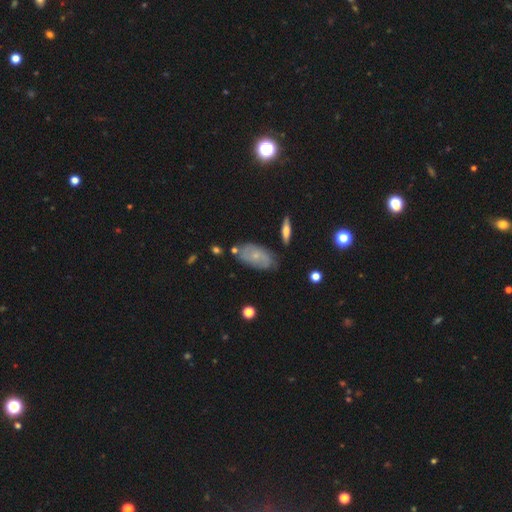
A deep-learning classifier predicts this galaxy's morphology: A featured or disk galaxy (49%).

Vote fractions:
- Smooth or featured? featured or disk: 49% / smooth: 41% / star or artifact: 9%
- Merging? none: 67% / minor disturbance: 23% / major disturbance: 6% / merger: 5%